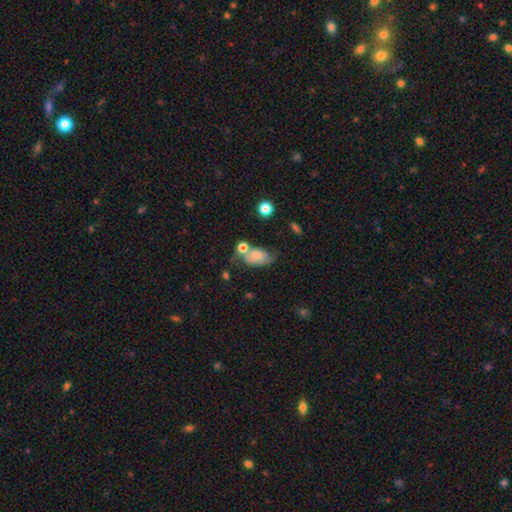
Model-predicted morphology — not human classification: Smooth or featured?
  - featured or disk: 51% *
  - smooth: 40%
  - star or artifact: 9%
Edge-on disk?
  - no: 95% *
  - yes: 5%
Merging?
  - none: 36% *
  - minor disturbance: 24%
  - merger: 22%
  - major disturbance: 18%